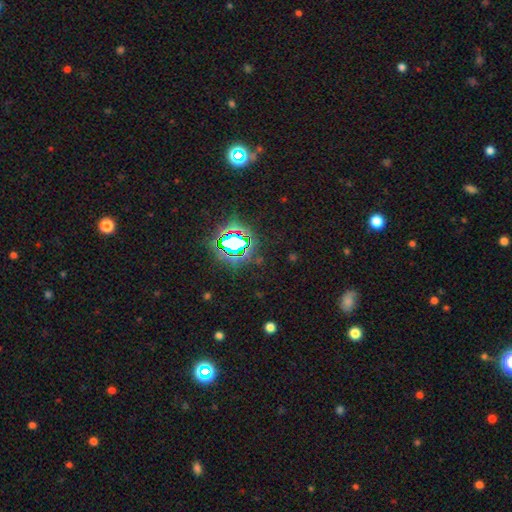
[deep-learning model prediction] A star or artifact, not a galaxy (80%).